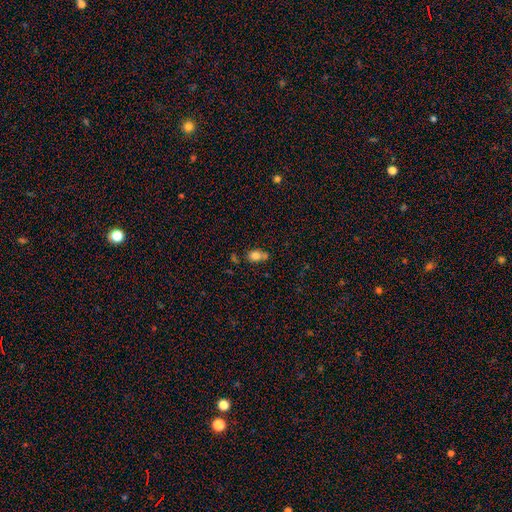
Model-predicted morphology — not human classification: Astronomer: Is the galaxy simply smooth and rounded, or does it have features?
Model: smooth — 79%.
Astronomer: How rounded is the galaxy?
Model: in between — 59% (runner-up: round, 39%).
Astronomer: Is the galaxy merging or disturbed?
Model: none — 50%.